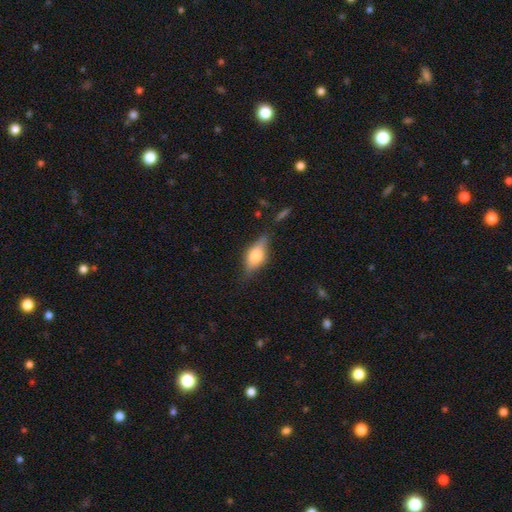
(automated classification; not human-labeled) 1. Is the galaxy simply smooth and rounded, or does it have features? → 51% smooth, 41% featured or disk, 8% star or artifact.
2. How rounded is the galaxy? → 77% in between, 16% cigar-shaped, 7% round.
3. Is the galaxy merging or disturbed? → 69% none, 21% minor disturbance, 7% major disturbance, 3% merger.